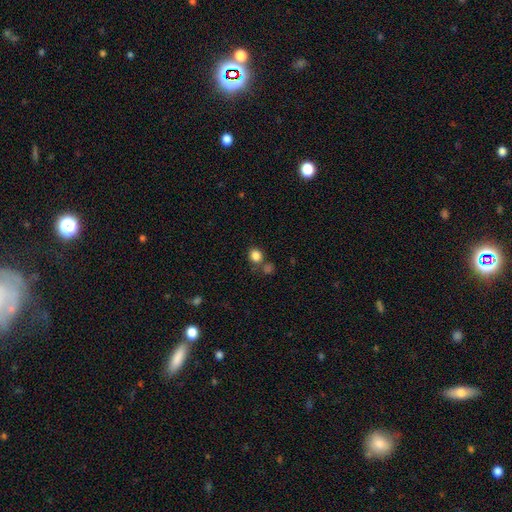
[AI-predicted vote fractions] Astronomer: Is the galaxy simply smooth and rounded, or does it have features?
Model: smooth — 84%.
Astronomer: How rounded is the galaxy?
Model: round — 79%.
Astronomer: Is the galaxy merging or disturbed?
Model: none — 66%.